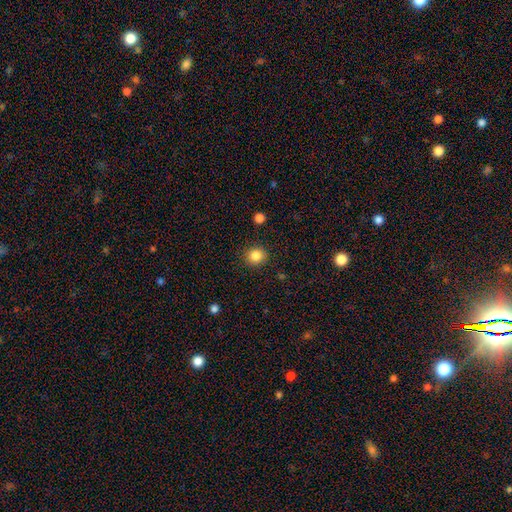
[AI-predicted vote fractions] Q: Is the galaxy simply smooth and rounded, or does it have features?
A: smooth — 84%.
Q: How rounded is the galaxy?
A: round — 85%.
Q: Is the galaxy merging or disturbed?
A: none — 90%.